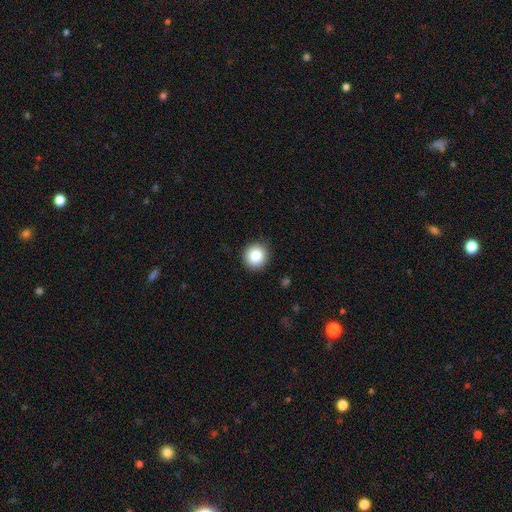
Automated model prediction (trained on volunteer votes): Overall: smooth (87%). How rounded: round (93%). Merging: none (91%).